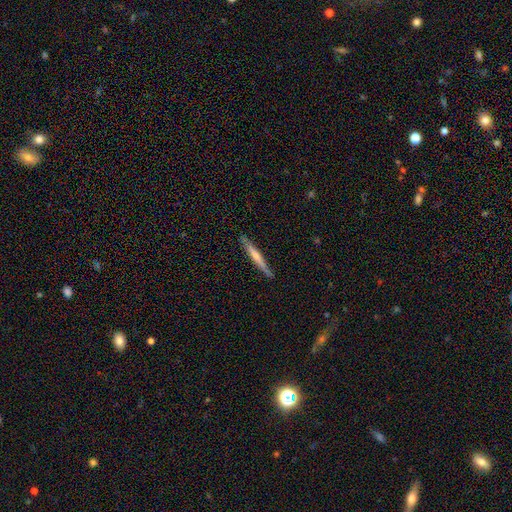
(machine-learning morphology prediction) This is possibly a featured or disk galaxy (54%). It is clearly viewed edge-on (97%). Edge-on bulge: marginally none (45%, tied with rounded). Merging: clearly none (88%).